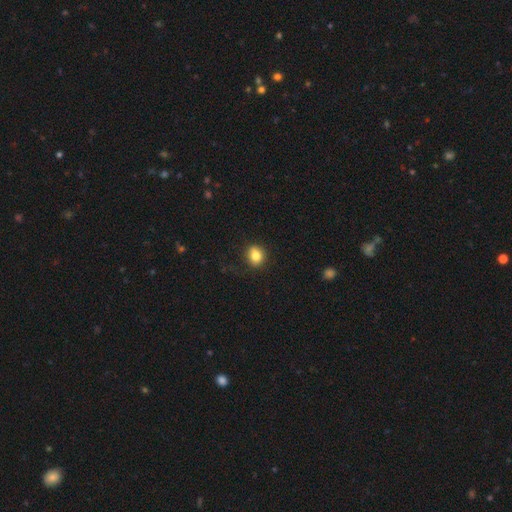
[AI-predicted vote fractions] Smooth or featured?
  - smooth: 81% *
  - star or artifact: 10%
  - featured or disk: 9%
How rounded?
  - round: 64% *
  - in between: 34%
  - cigar-shaped: 1%
Merging?
  - none: 81% *
  - minor disturbance: 14%
  - major disturbance: 3%
  - merger: 1%